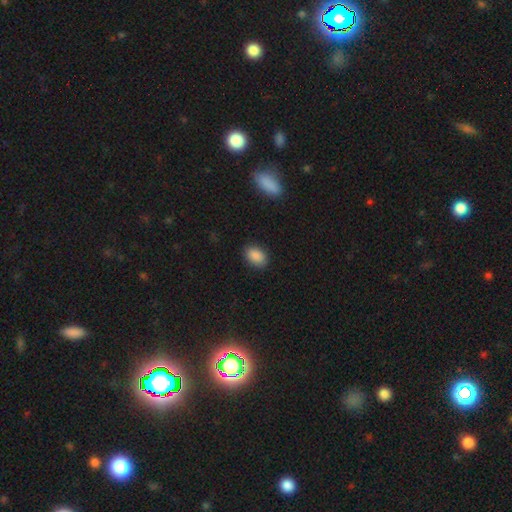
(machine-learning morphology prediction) Smooth or featured? Predicted: smooth (p=0.88). How rounded? Predicted: in between (p=0.85). Merging? Predicted: none (p=0.87).